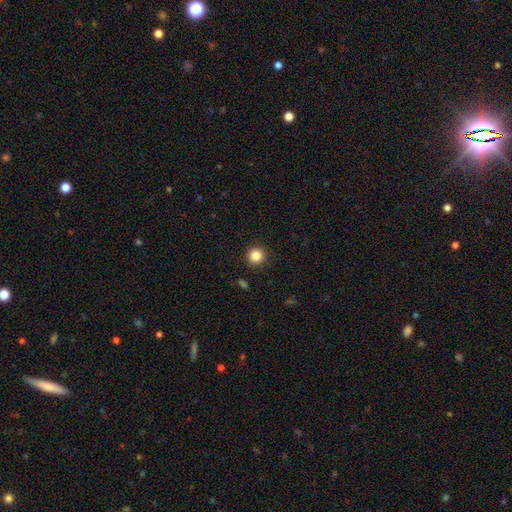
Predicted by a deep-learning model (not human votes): This is clearly a smooth galaxy (86%). How rounded: clearly round (95%). Merging: clearly none (91%).